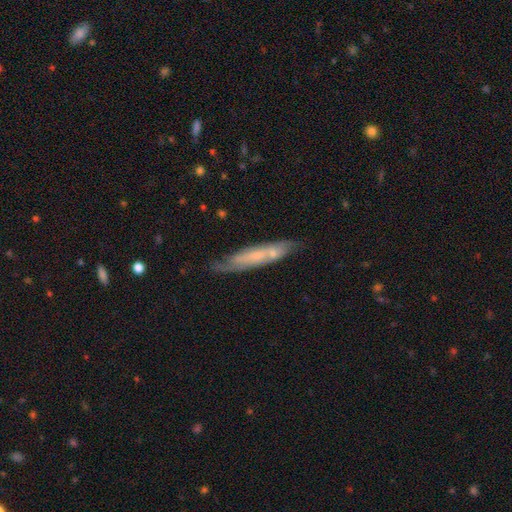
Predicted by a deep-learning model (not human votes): Smooth or featured?
  - featured or disk: 54% *
  - smooth: 39%
  - star or artifact: 7%
Edge-on disk?
  - yes: 54% *
  - no: 46%
Merging?
  - none: 65% *
  - minor disturbance: 22%
  - merger: 8%
  - major disturbance: 6%